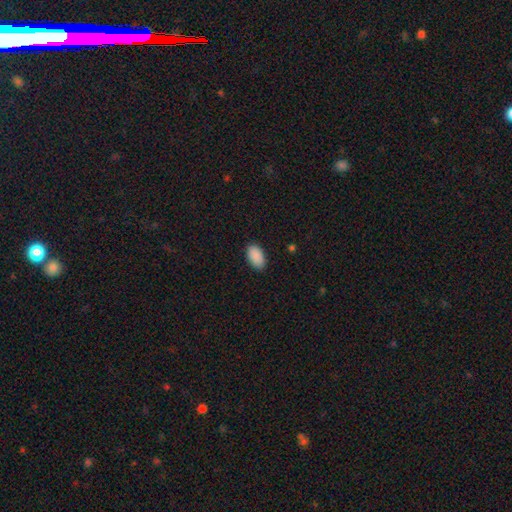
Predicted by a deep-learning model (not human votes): Smooth or featured? smooth (90%)
How rounded? in between (95%)
Merging? none (87%)